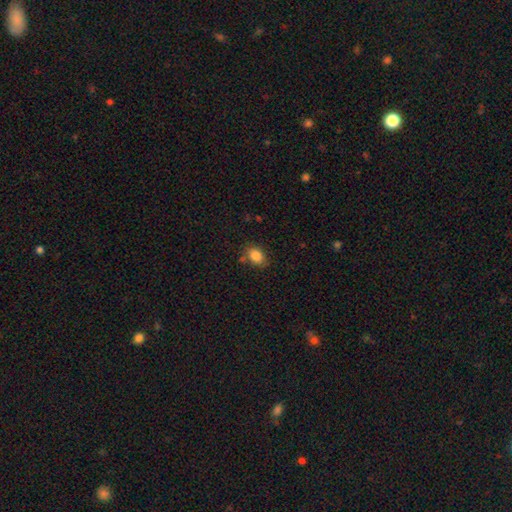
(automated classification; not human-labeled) The model was most divided on "how rounded": in between: 71%, round: 28%, cigar-shaped: 1%. More confident: smooth or featured — smooth (85%); merging — none (74%).